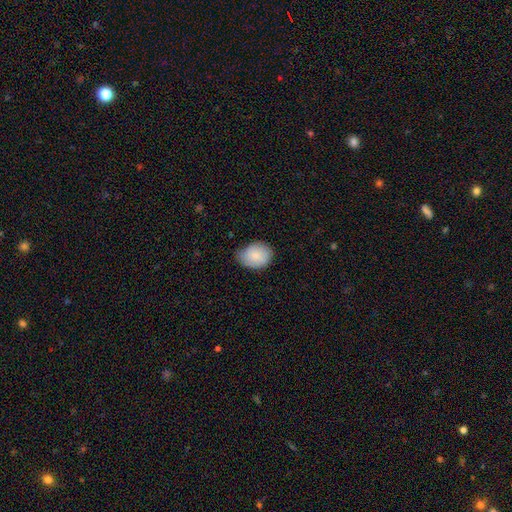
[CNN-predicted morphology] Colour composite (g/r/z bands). It shows a smooth galaxy with no disk features (84%) that is in between round and cigar-shaped (62%). Merging: none (59%).